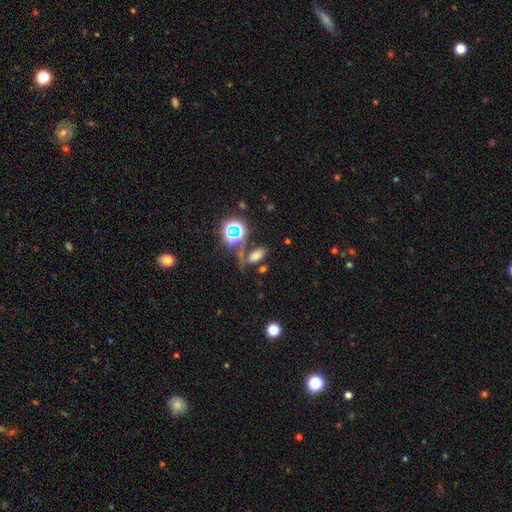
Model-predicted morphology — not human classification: Q: Smooth or featured?
A: smooth (64%); runner-up: star or artifact (27%)
Q: How rounded?
A: in between (85%); runner-up: round (9%)
Q: Merging?
A: none (66%); runner-up: merger (14%)